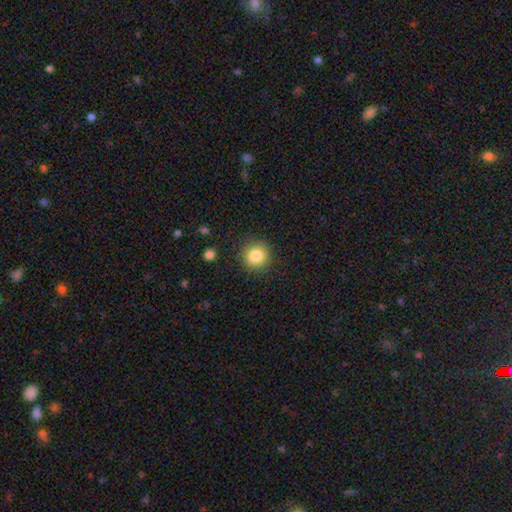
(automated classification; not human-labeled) This appears to be a smooth galaxy with no disk features (84%) that is round (92%). Merging: none (89%).